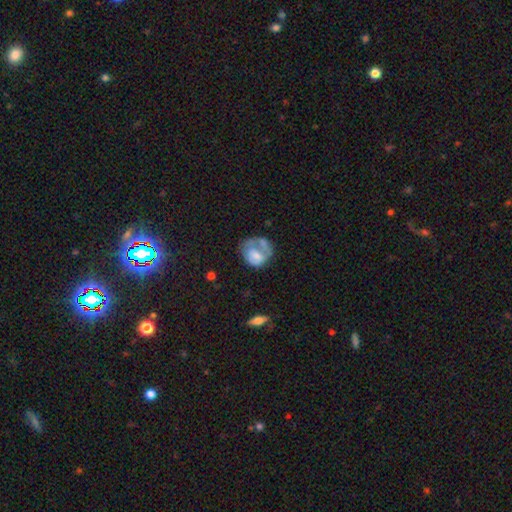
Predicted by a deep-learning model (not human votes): The model was most divided on "merging": major disturbance: 32%, none: 30%, minor disturbance: 24%, merger: 13%. Remaining: smooth or featured — smooth (47%).